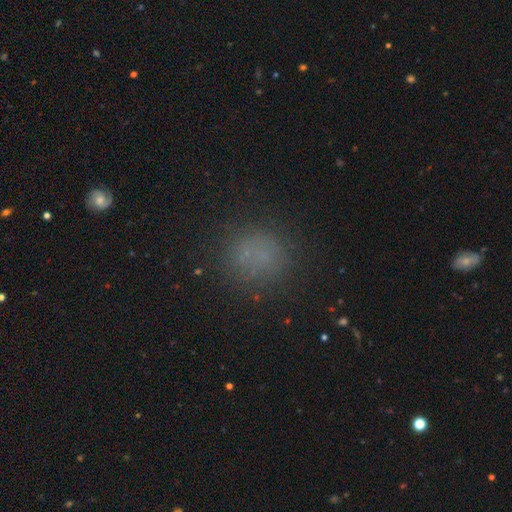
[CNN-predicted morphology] This appears to be a smooth galaxy with no disk features (70%) that is round (85%). Merging: none (85%).